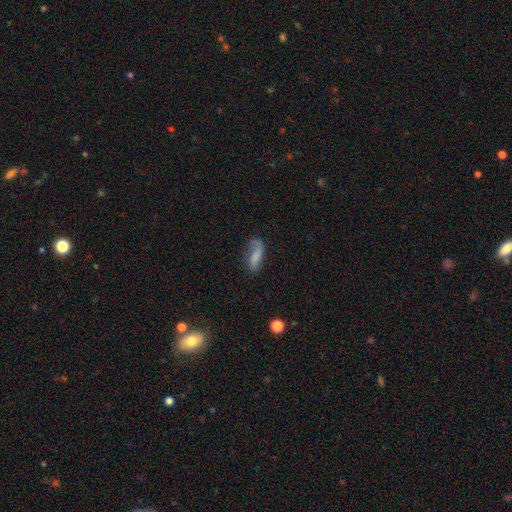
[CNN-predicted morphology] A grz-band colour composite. It shows a smooth galaxy with no disk features (49%). Merging: none (52%).